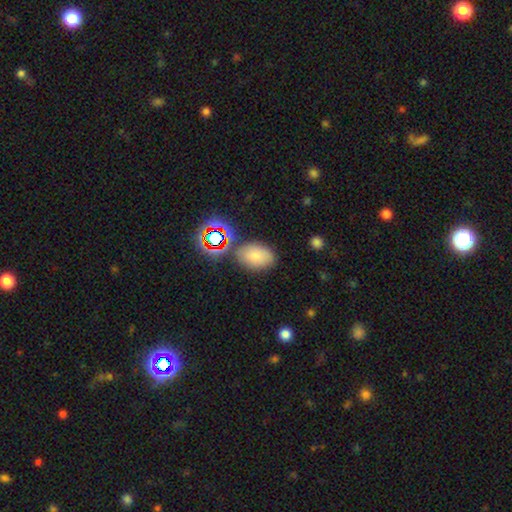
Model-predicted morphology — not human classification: A smooth galaxy with no disk features (75%) that is in between round and cigar-shaped (84%). Merging: none (75%).